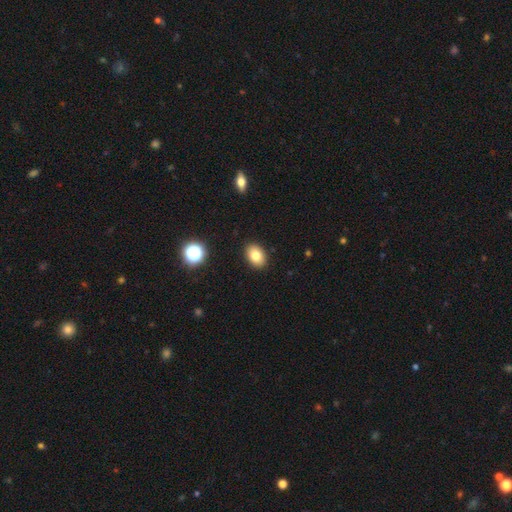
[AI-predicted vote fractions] Smooth or featured?
  - smooth: 80% *
  - star or artifact: 10%
  - featured or disk: 10%
How rounded?
  - in between: 80% *
  - round: 19%
  - cigar-shaped: 1%
Merging?
  - none: 90% *
  - minor disturbance: 7%
  - major disturbance: 2%
  - merger: 1%